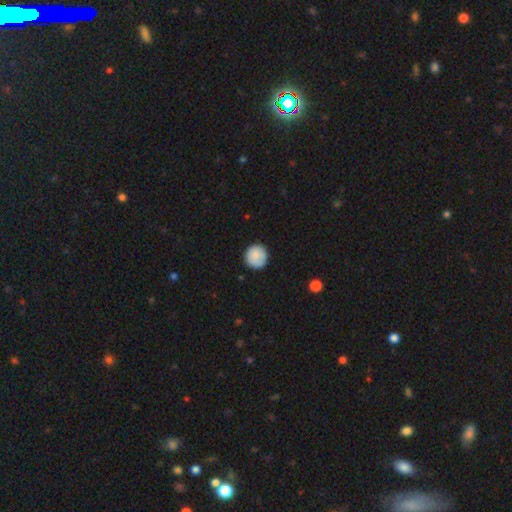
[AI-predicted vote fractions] Smooth or featured? smooth (86%)
How rounded? round (94%)
Merging? none (86%)